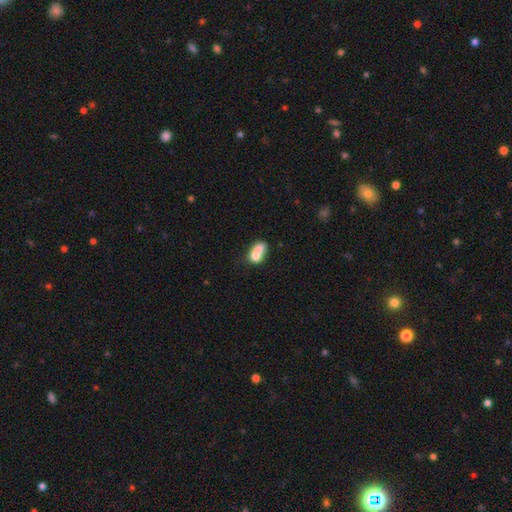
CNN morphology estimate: A smooth galaxy with no disk features (69%) that is in between round and cigar-shaped (68%).

Vote fractions:
- Smooth or featured? smooth: 69% / featured or disk: 21% / star or artifact: 10%
- How rounded? in between: 68% / round: 27% / cigar-shaped: 5%
- Merging? merger: 54% / none: 24% / minor disturbance: 13% / major disturbance: 9%